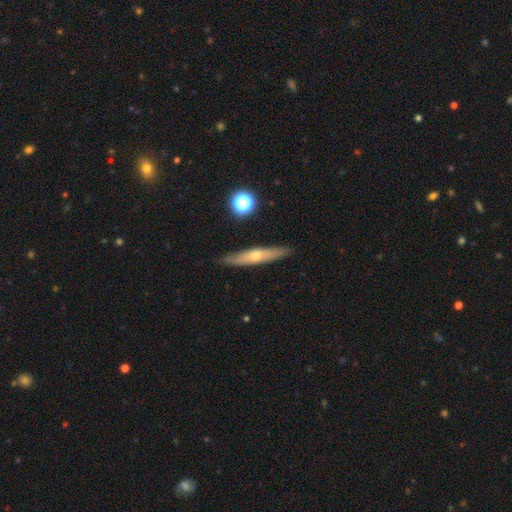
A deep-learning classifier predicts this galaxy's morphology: smooth-or-featured: featured or disk: 56% | smooth: 37% | star or artifact: 7%
  disk-edge-on: yes: 86% | no: 14%
  merging: none: 88% | minor disturbance: 9% | major disturbance: 2% | merger: 1%